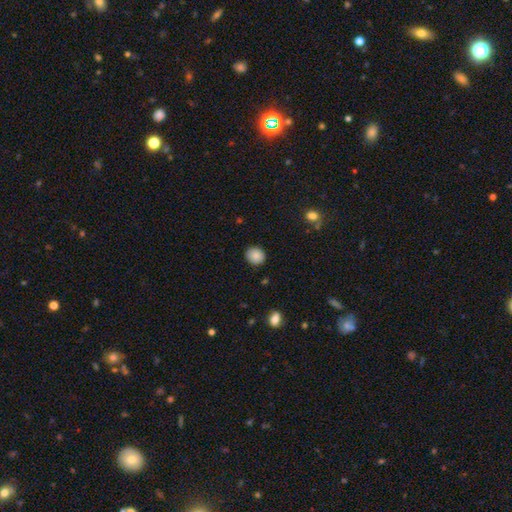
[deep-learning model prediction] smooth 86%, star or artifact 9%, featured or disk 5%. Down the decision tree: how rounded — round (78%); merging — none (88%).